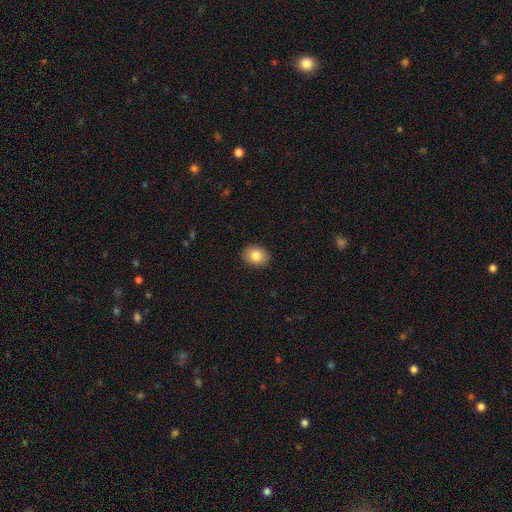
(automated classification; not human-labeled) smooth-or-featured: smooth: 83% | featured or disk: 9% | star or artifact: 8%
  how-rounded: in between: 63% | round: 36% | cigar-shaped: 1%
  merging: none: 90% | minor disturbance: 7% | major disturbance: 2% | merger: 1%